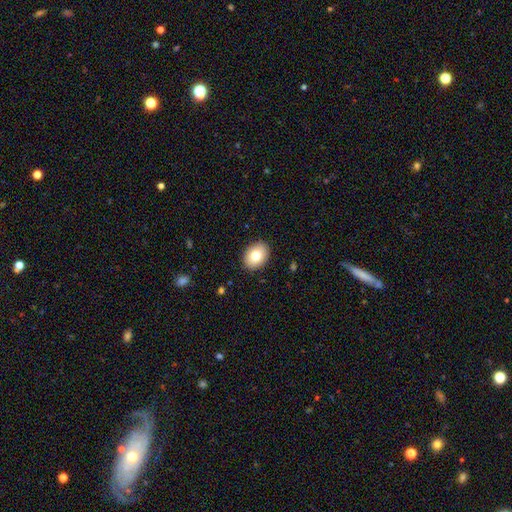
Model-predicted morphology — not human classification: smooth_or_featured: smooth (p=0.79) [alt: featured or disk p=0.13]
how_rounded: in between (p=0.67) [alt: round p=0.32]
merging: none (p=0.89) [alt: minor disturbance p=0.08]